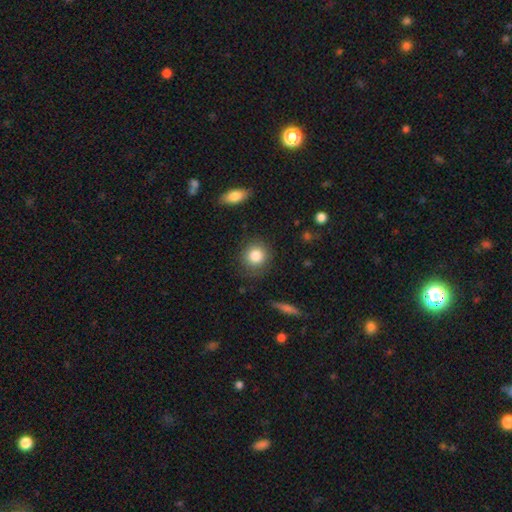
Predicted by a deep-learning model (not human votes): Morphology: type=smooth (84%); roundness=round (87%); merging=none (84%).